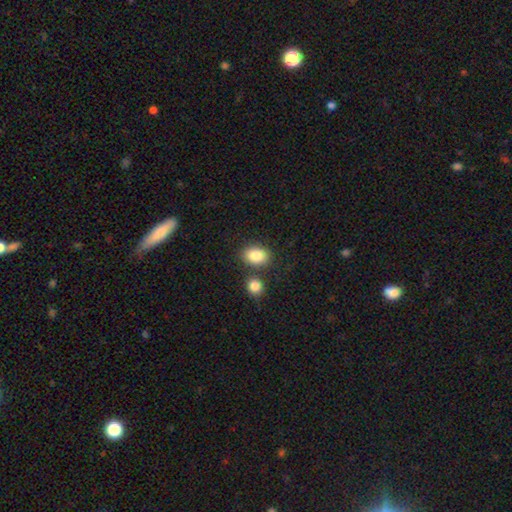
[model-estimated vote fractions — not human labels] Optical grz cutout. It shows a smooth galaxy with no disk features (86%) that is in between round and cigar-shaped (75%). Merging: none (71%).